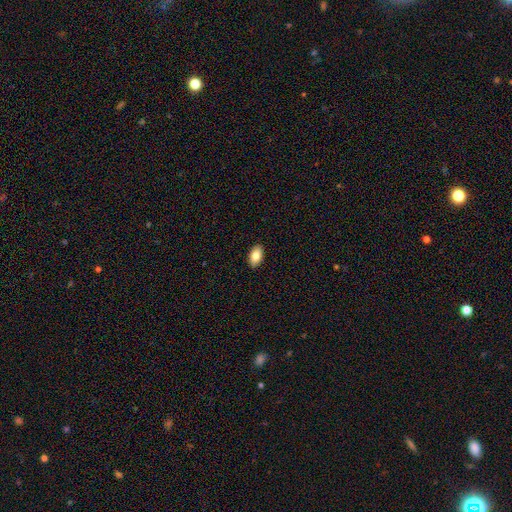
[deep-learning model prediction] smooth_or_featured: smooth (p=0.82) [alt: featured or disk p=0.11]
how_rounded: in between (p=0.93) [alt: round p=0.05]
merging: none (p=0.90) [alt: minor disturbance p=0.07]